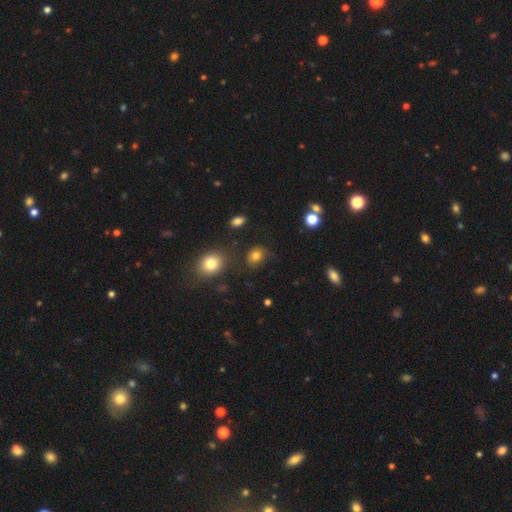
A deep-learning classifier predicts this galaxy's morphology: smooth 79%, star or artifact 13%, featured or disk 8%. Down the decision tree: how rounded — round (64%); merging — none (71%).